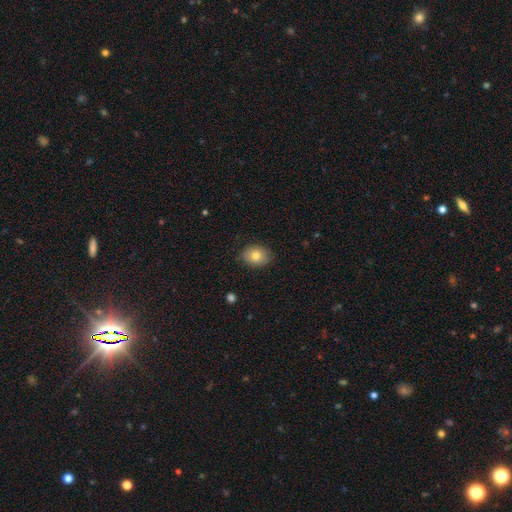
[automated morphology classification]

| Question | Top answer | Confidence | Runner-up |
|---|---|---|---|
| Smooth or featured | smooth | 79% | featured or disk (12%) |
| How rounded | in between | 63% | round (36%) |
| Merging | none | 84% | minor disturbance (13%) |